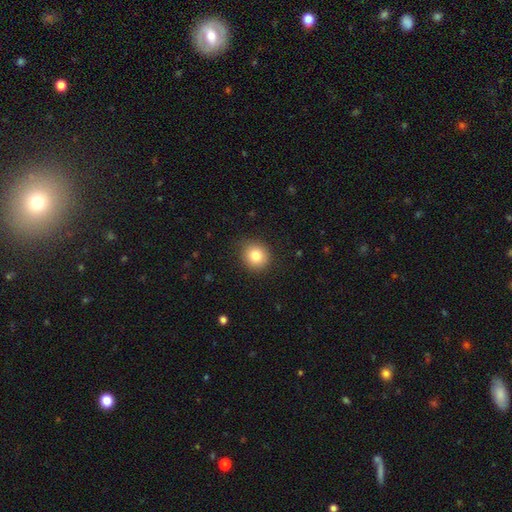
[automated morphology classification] A smooth galaxy with no disk features (82%) that is round (86%). Merging: none (87%).